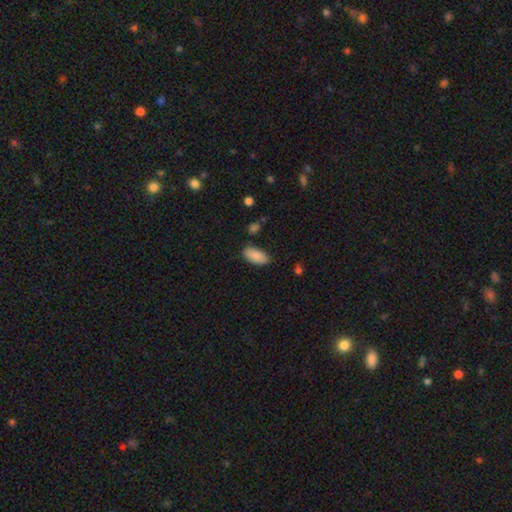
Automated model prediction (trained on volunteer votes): Smooth or featured: smooth — 88% (star or artifact — 6%)
How rounded: in between — 91% (cigar-shaped — 7%)
Merging: none — 82% (minor disturbance — 13%)